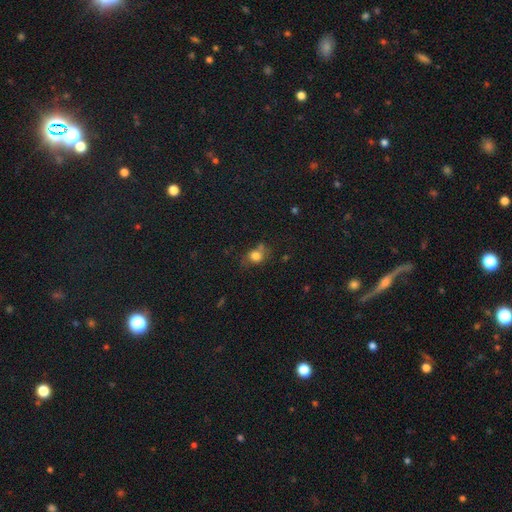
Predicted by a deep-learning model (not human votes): Overall: smooth (77%). How rounded: round (59%; in between 40%). Merging: none (56%; minor disturbance 24%).